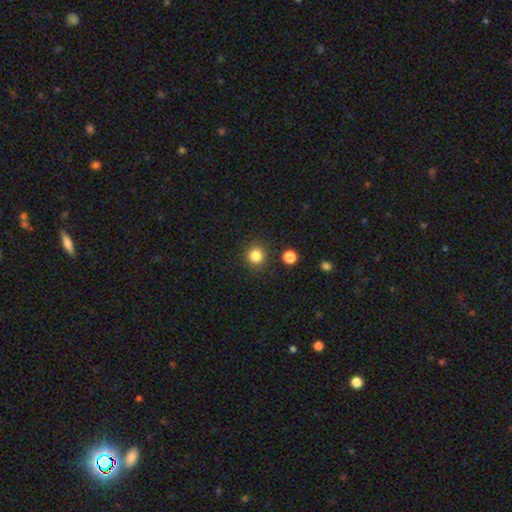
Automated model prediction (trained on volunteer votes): smooth_or_featured: smooth (p=0.83) [alt: star or artifact p=0.12]
how_rounded: round (p=0.93) [alt: in between p=0.06]
merging: none (p=0.89) [alt: minor disturbance p=0.06]